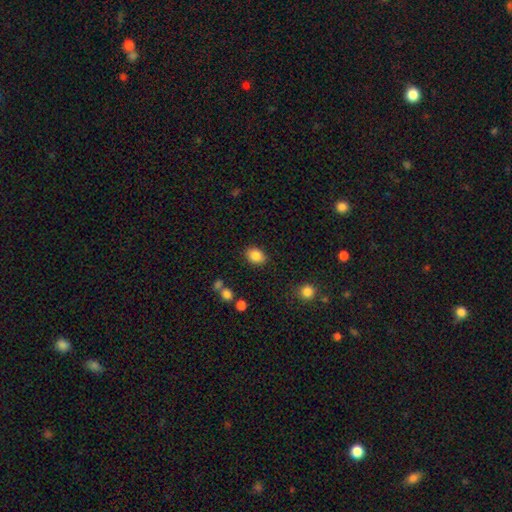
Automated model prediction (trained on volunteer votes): The model was most divided on "how rounded": in between: 64%, round: 35%, cigar-shaped: 1%. More confident: smooth or featured — smooth (86%); merging — none (85%).